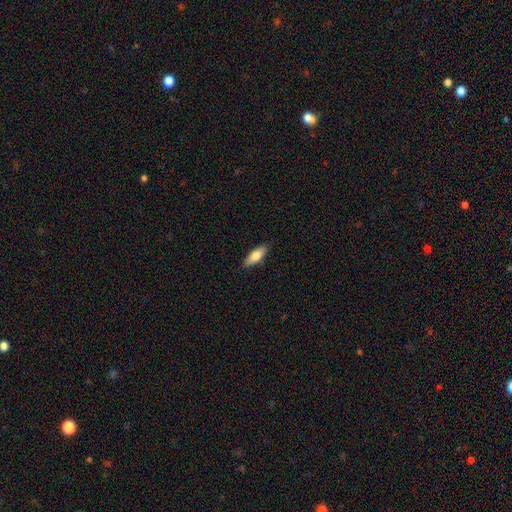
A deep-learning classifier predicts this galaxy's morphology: smooth-or-featured: smooth: 77% | featured or disk: 17% | star or artifact: 6%
  how-rounded: in between: 60% | cigar-shaped: 38% | round: 2%
  merging: none: 88% | minor disturbance: 10% | major disturbance: 2% | merger: 1%